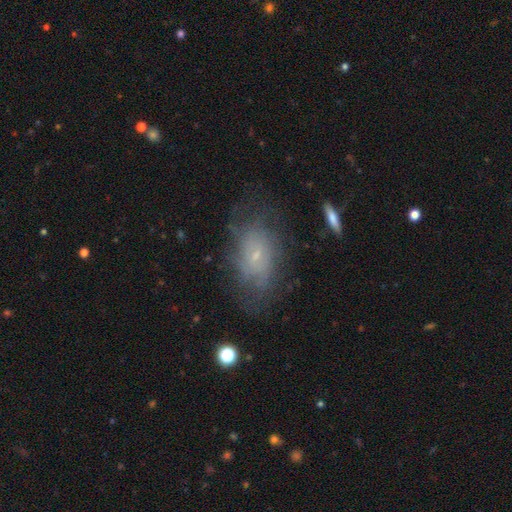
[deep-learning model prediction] A featured or disk galaxy (53%).

Vote fractions:
- Smooth or featured? featured or disk: 53% / smooth: 35% / star or artifact: 11%
- Edge-on disk? no: 93% / yes: 7%
- Merging? none: 63% / minor disturbance: 22% / major disturbance: 14% / merger: 2%